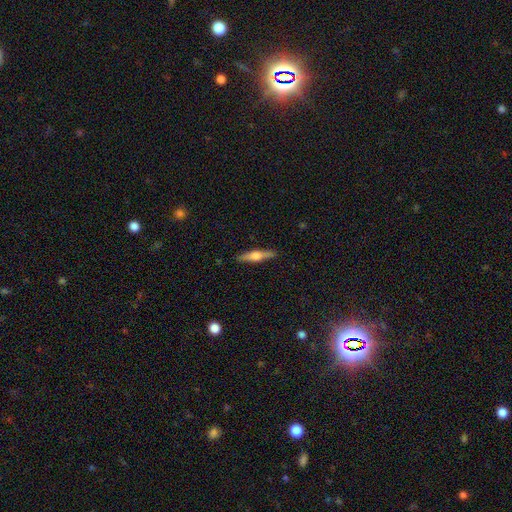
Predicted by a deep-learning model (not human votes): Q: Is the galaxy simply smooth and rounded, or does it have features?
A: featured or disk — 57%.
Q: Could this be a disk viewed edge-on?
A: yes — 97%.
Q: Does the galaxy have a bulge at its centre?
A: rounded — 87%.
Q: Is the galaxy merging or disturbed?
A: none — 88%.